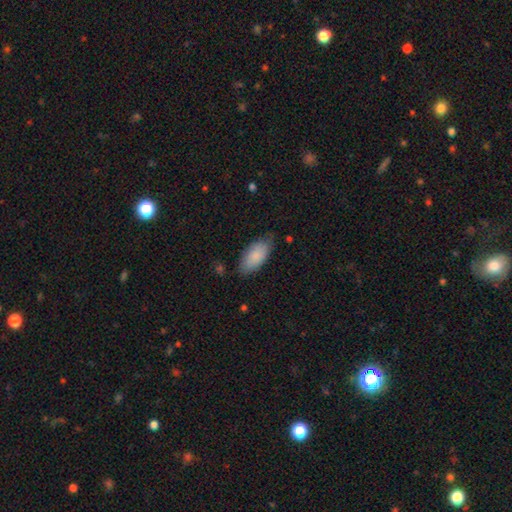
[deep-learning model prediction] Q: Smooth or featured?
A: smooth (86%); runner-up: featured or disk (9%)
Q: How rounded?
A: in between (91%); runner-up: cigar-shaped (7%)
Q: Merging?
A: none (74%); runner-up: minor disturbance (20%)